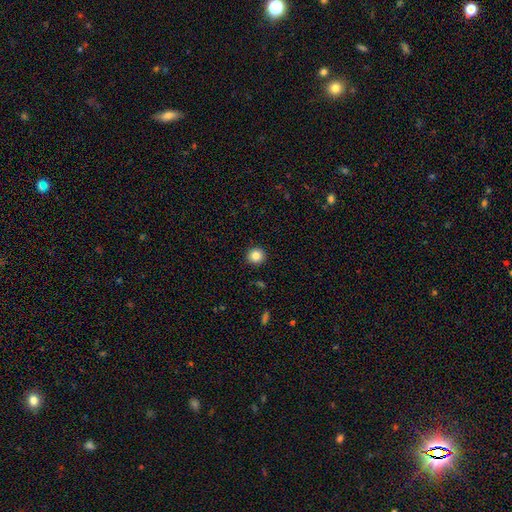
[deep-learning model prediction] A smooth galaxy with no disk features (84%) that is round (93%).

Vote fractions:
- Smooth or featured? smooth: 84% / star or artifact: 10% / featured or disk: 6%
- How rounded? round: 93% / in between: 6% / cigar-shaped: 1%
- Merging? none: 92% / minor disturbance: 5% / major disturbance: 2% / merger: 1%